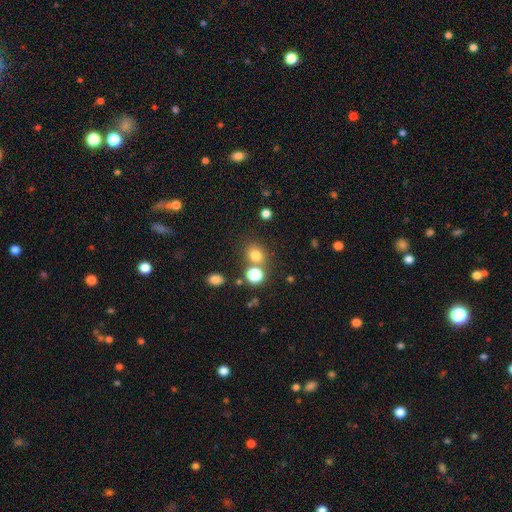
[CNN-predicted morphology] This is likely a smooth galaxy (77%). How rounded: likely round (72%). Merging: likely none (69%).